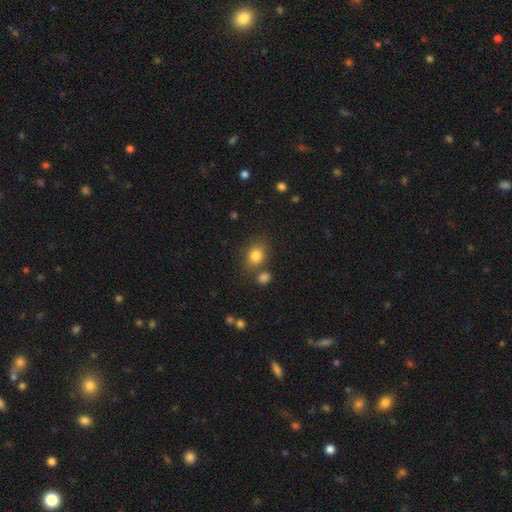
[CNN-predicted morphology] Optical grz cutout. It shows a smooth galaxy with no disk features (81%) that is in between round and cigar-shaped (51%). Merging: none (69%).